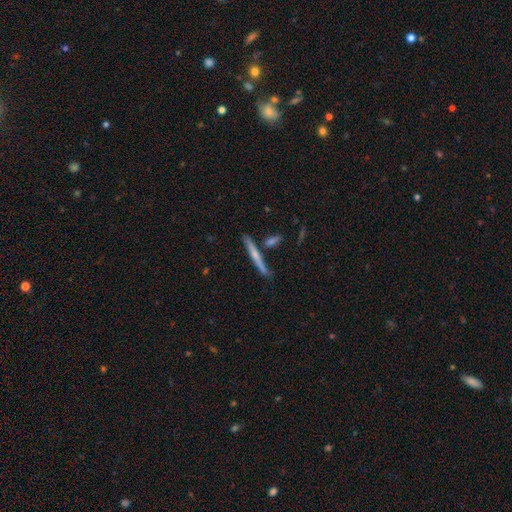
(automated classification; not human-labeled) Morphology: type=featured or disk (56%); edge-on=yes (96%); edge-on bulge=rounded (58%); merging=none (80%).